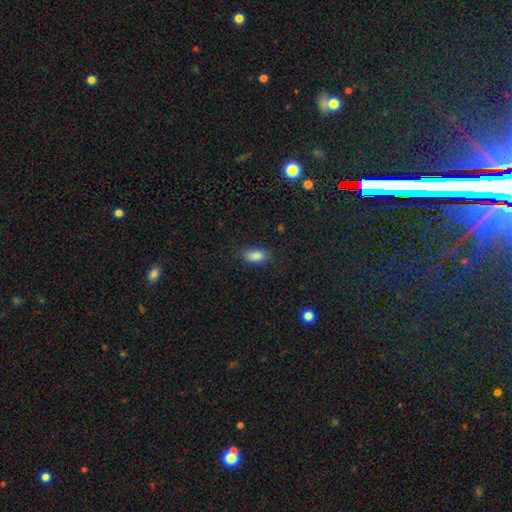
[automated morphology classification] This is clearly a smooth galaxy (86%). How rounded: clearly in between (90%). Merging: clearly none (83%).